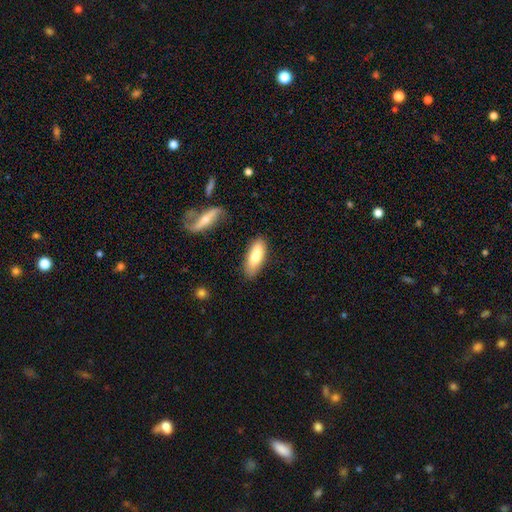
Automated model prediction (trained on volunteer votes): Morphology: type=smooth (73%); roundness=in between (65%); merging=none (73%).